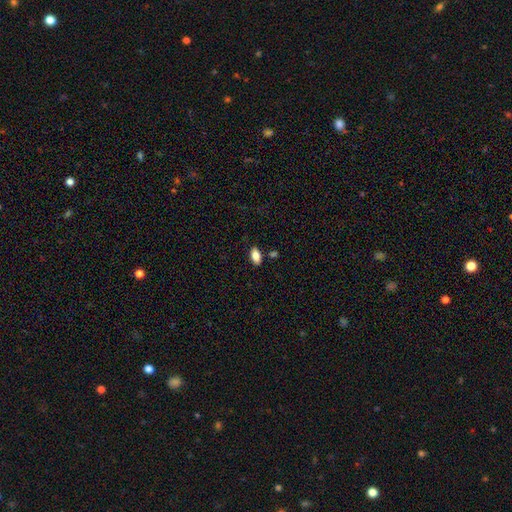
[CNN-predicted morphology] Smooth or featured? Predicted: smooth (p=0.84). How rounded? Predicted: in between (p=0.92). Merging? Predicted: none (p=0.84).